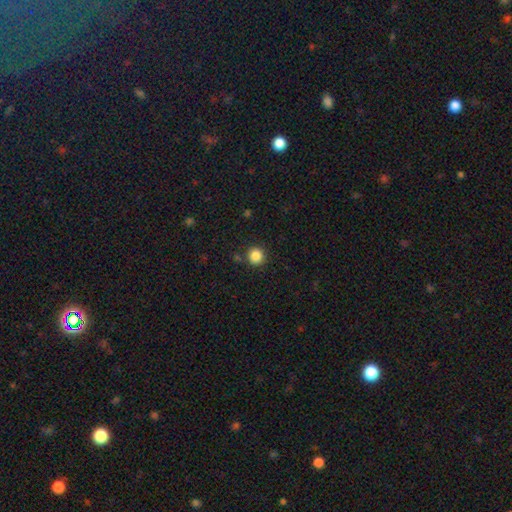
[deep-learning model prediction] A smooth galaxy with no disk features (85%) that is round (93%).

Vote fractions:
- Smooth or featured? smooth: 85% / star or artifact: 11% / featured or disk: 4%
- How rounded? round: 93% / in between: 6% / cigar-shaped: 1%
- Merging? none: 88% / minor disturbance: 7% / merger: 3% / major disturbance: 2%